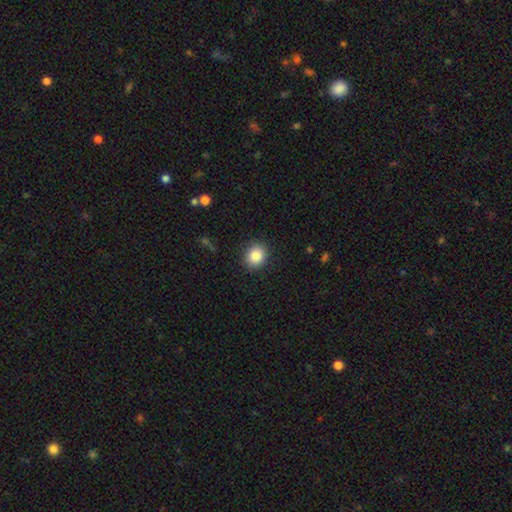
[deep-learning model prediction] smooth_or_featured: smooth (p=0.85) [alt: star or artifact p=0.09]
how_rounded: round (p=0.75) [alt: in between p=0.25]
merging: none (p=0.89) [alt: minor disturbance p=0.08]